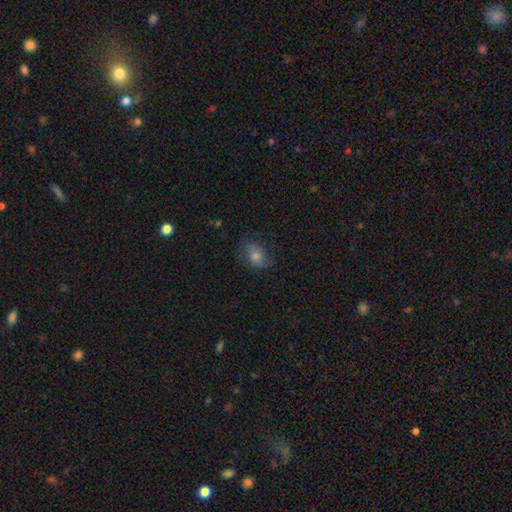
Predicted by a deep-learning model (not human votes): A smooth galaxy with no disk features (43%).

Vote fractions:
- Smooth or featured? smooth: 43% / featured or disk: 42% / star or artifact: 15%
- Merging? none: 73% / minor disturbance: 18% / major disturbance: 8% / merger: 1%